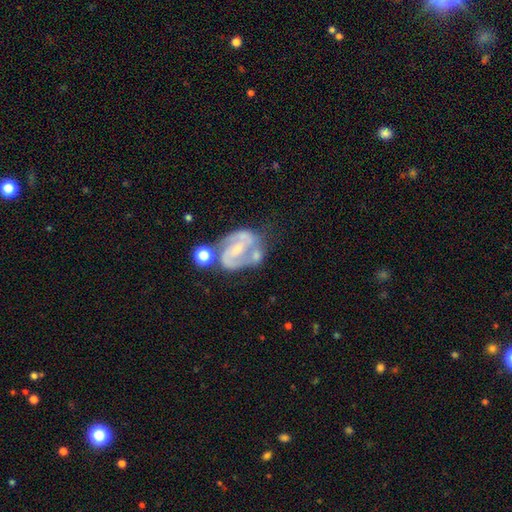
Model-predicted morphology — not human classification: Overall: featured or disk (82%). Edge-on disk: no (98%). Bar: weak (46%; no 31%). Spiral arms: yes (92%). Spiral arm count: 2 (82%). Spiral winding: medium (53%; tight 30%). Bulge size: small (54%; moderate 27%). Merging: none (43%; minor disturbance 22%).